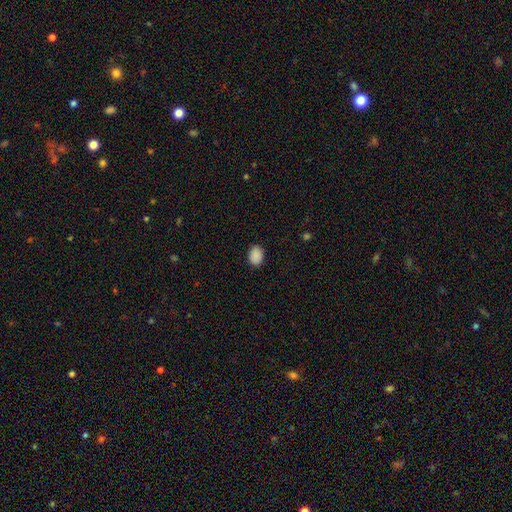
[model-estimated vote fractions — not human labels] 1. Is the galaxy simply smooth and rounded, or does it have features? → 90% smooth, 8% star or artifact, 3% featured or disk.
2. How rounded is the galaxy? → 70% in between, 29% round, 1% cigar-shaped.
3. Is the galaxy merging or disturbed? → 88% none, 9% minor disturbance, 2% major disturbance, 1% merger.